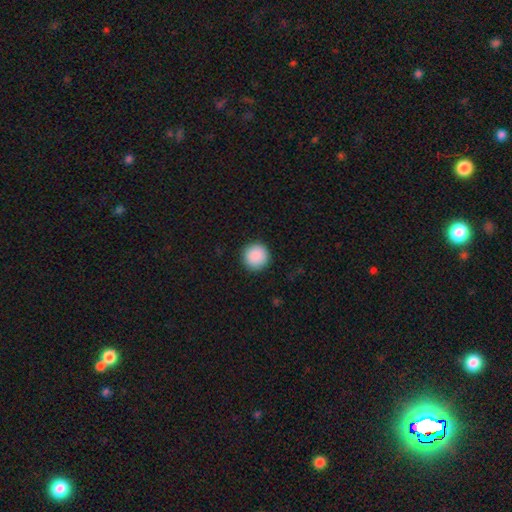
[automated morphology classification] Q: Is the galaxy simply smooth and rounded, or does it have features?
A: smooth — 90%.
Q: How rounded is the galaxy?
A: round — 96%.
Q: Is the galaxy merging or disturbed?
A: none — 92%.